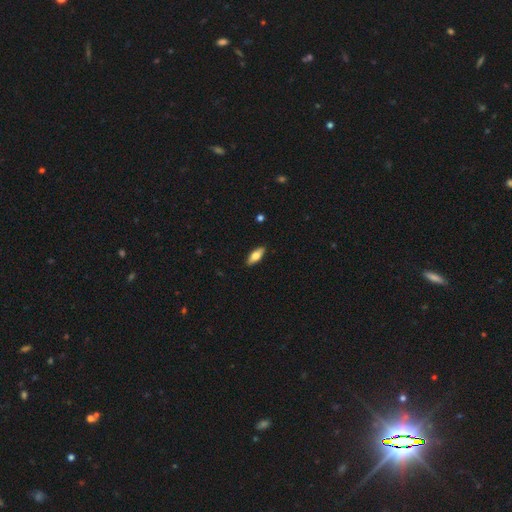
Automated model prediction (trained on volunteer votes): Smooth or featured?
  - smooth: 67% *
  - featured or disk: 27%
  - star or artifact: 6%
How rounded?
  - in between: 72% *
  - cigar-shaped: 25%
  - round: 2%
Merging?
  - none: 90% *
  - minor disturbance: 8%
  - major disturbance: 2%
  - merger: 1%